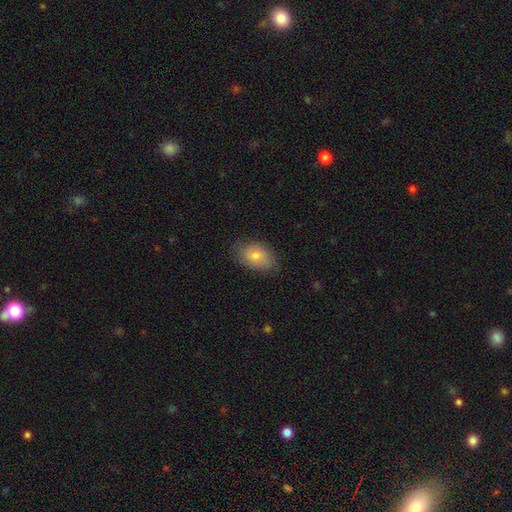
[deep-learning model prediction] smooth_or_featured: smooth (p=0.79) [alt: featured or disk p=0.14]
how_rounded: in between (p=0.89) [alt: round p=0.10]
merging: none (p=0.81) [alt: minor disturbance p=0.15]